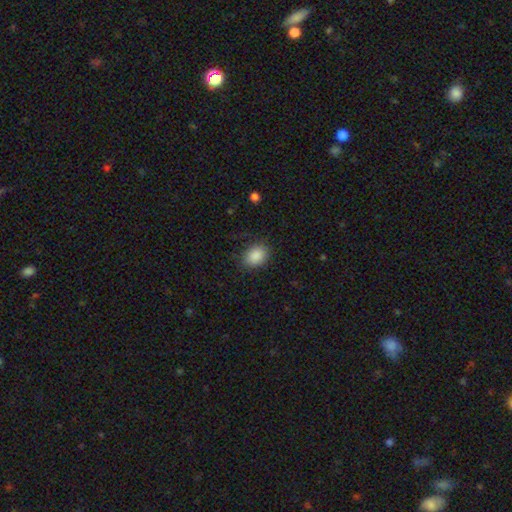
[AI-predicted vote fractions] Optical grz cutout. It shows a smooth galaxy with no disk features (88%) that is in between round and cigar-shaped (70%). Merging: none (83%).